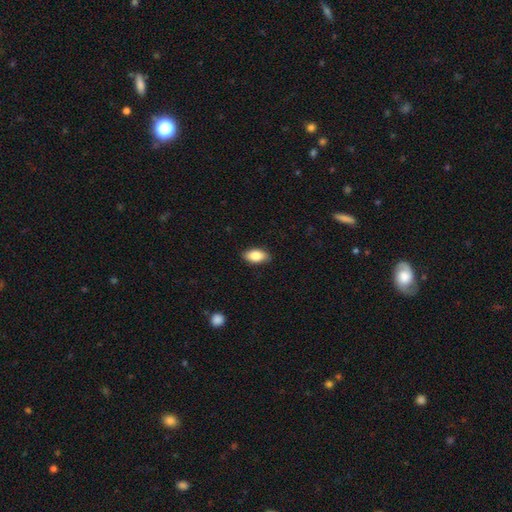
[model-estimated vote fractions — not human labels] smooth_or_featured: smooth (p=0.84) [alt: featured or disk p=0.09]
how_rounded: in between (p=0.92) [alt: round p=0.05]
merging: none (p=0.87) [alt: minor disturbance p=0.10]